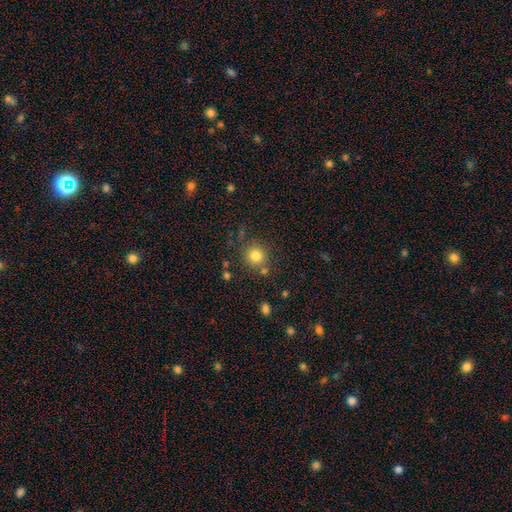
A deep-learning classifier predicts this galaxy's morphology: Q: Smooth or featured?
A: smooth (81%); runner-up: star or artifact (12%)
Q: How rounded?
A: round (92%); runner-up: in between (7%)
Q: Merging?
A: none (78%); runner-up: minor disturbance (10%)